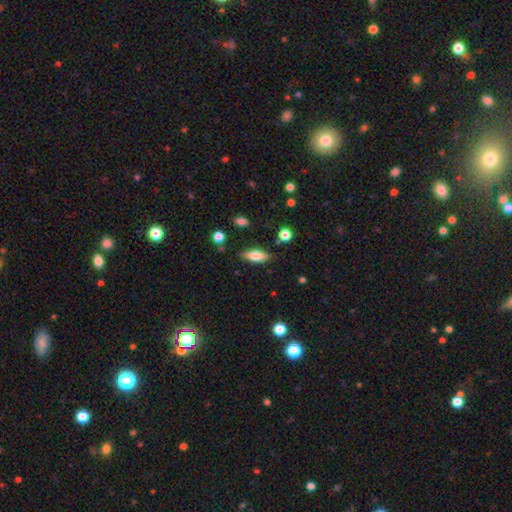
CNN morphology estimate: type=smooth (63%); roundness=in between (69%); merging=none (83%).